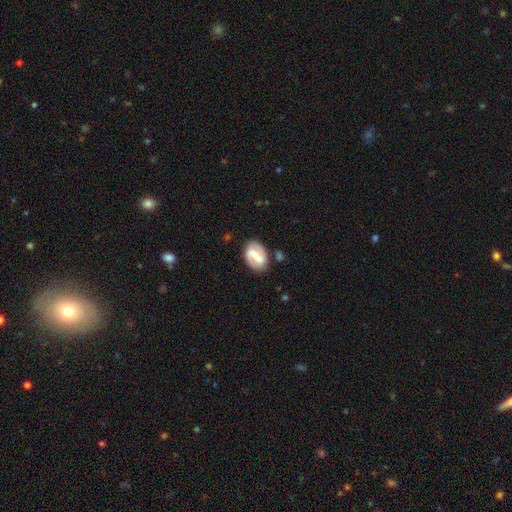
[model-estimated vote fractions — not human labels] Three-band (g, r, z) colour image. It shows a featured or disk galaxy (66%) with a strong bar (75%), spiral arms (68%) and no central bulge (32%). Merging: none (78%).